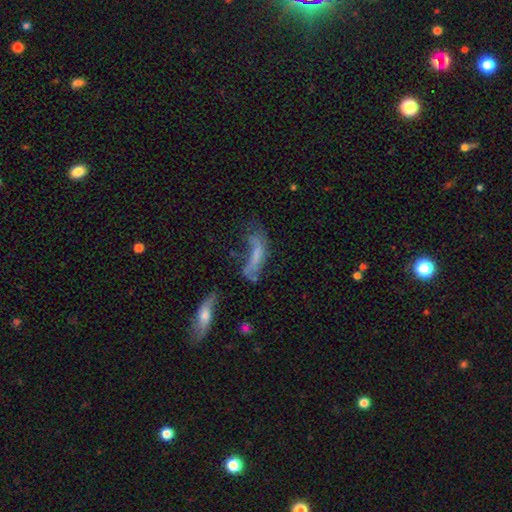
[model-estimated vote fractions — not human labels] A smooth galaxy with no disk features (44%). Merging: major disturbance (37%).